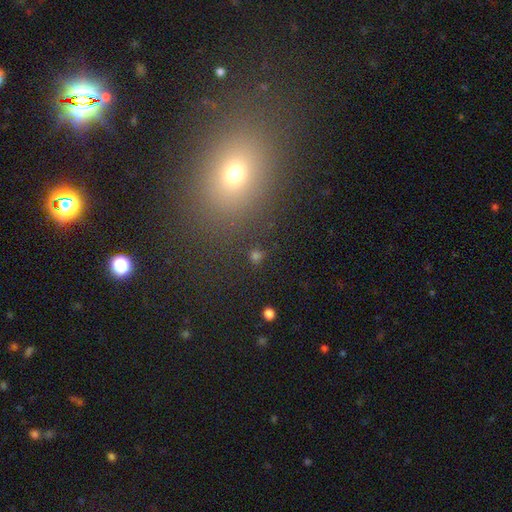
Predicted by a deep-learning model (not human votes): smooth 63%, star or artifact 29%, featured or disk 8%. Down the decision tree: how rounded — round (79%); merging — none (81%).